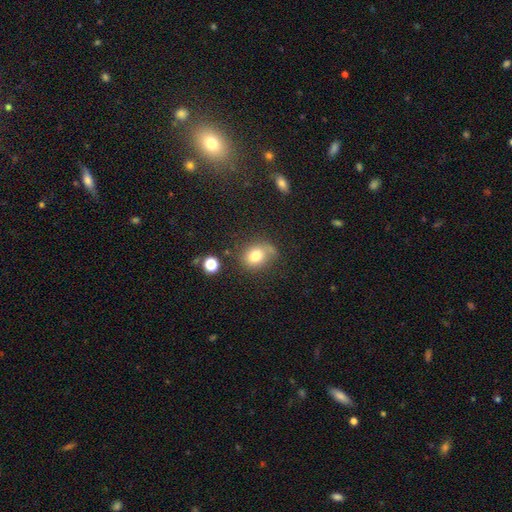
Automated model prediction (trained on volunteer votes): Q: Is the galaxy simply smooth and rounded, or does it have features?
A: smooth — 76%.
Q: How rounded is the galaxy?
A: round — 58%.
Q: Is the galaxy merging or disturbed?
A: none — 58%.